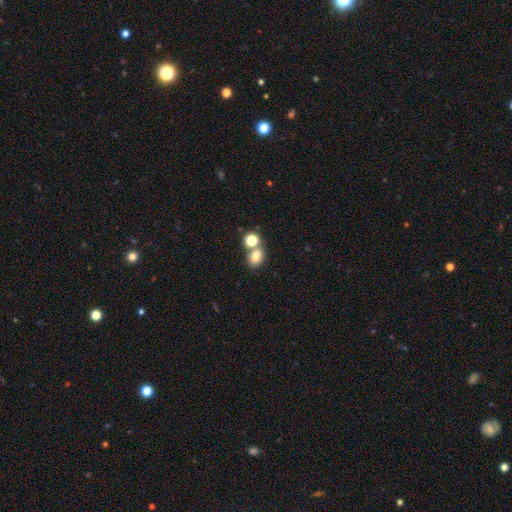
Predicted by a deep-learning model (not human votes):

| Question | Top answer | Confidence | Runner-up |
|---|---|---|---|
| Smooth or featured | smooth | 78% | star or artifact (13%) |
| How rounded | in between | 55% | round (44%) |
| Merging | none | 55% | merger (32%) |